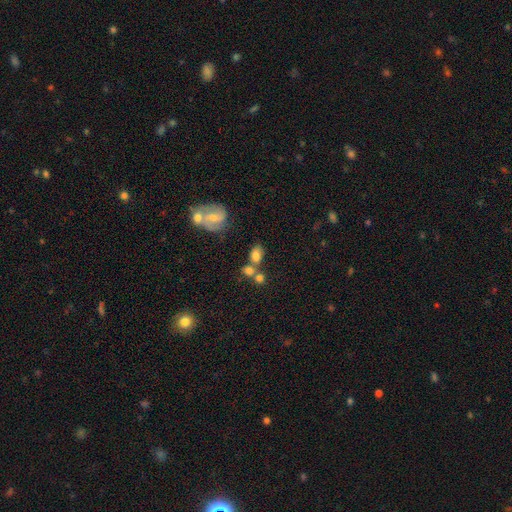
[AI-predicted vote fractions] smooth-or-featured: smooth: 72% | featured or disk: 17% | star or artifact: 11%
  how-rounded: in between: 74% | round: 24% | cigar-shaped: 2%
  merging: none: 43% | merger: 37% | minor disturbance: 14% | major disturbance: 6%